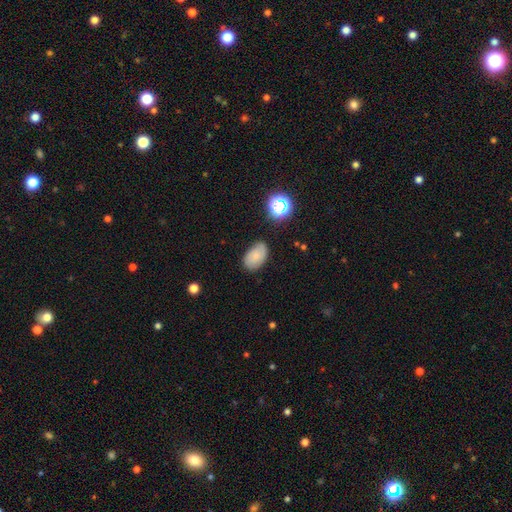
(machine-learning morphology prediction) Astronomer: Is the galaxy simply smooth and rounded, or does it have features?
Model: smooth — 72%.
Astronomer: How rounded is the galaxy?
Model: in between — 90%.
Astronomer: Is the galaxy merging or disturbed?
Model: none — 74%.